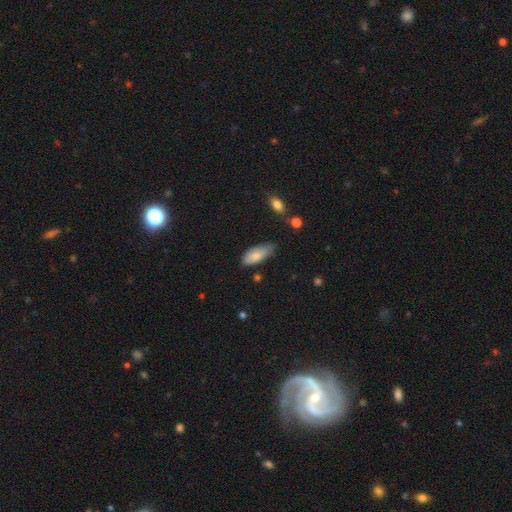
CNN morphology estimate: Smooth or featured? Predicted: smooth (p=0.79). How rounded? Predicted: in between (p=0.82). Merging? Predicted: none (p=0.60).